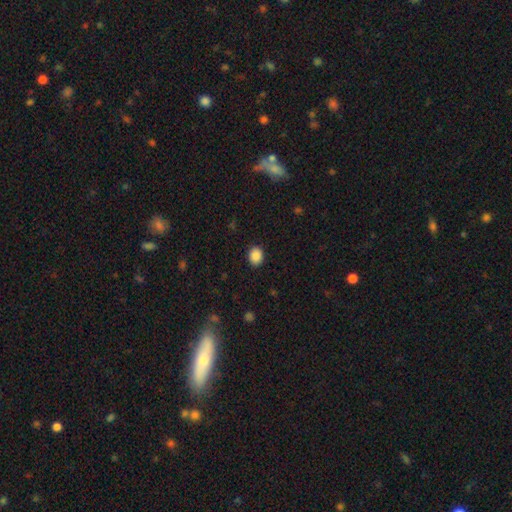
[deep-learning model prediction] smooth-or-featured: smooth: 89% | star or artifact: 9% | featured or disk: 3%
  how-rounded: round: 54% | in between: 45% | cigar-shaped: 1%
  merging: none: 90% | minor disturbance: 7% | major disturbance: 2% | merger: 1%